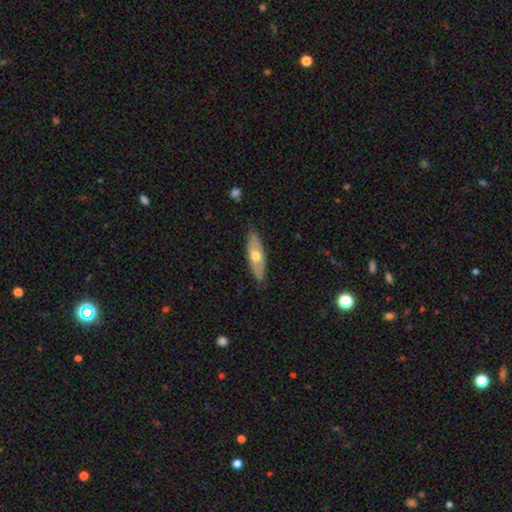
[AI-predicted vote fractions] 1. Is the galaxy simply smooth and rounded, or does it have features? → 48% smooth, 46% featured or disk, 6% star or artifact.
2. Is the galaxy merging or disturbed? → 83% none, 13% minor disturbance, 2% major disturbance, 1% merger.